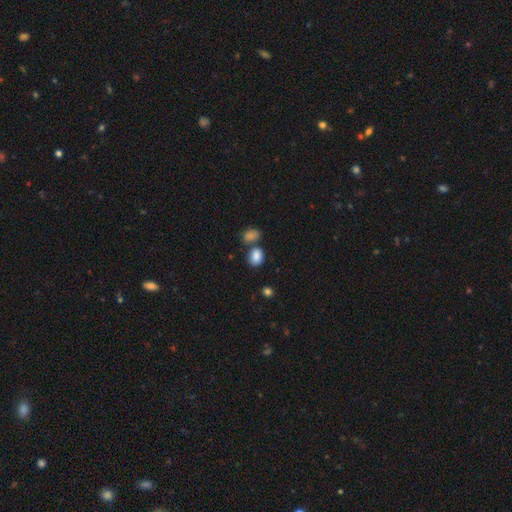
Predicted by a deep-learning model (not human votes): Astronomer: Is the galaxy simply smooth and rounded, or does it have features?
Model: smooth — 85%.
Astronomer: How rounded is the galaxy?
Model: in between — 64%.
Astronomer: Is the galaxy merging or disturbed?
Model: none — 58%.